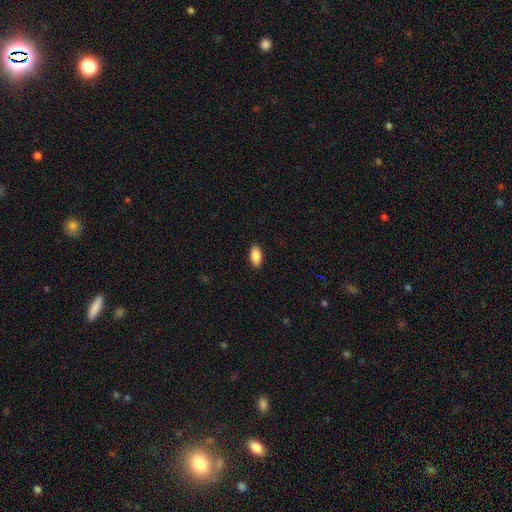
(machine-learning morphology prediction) This appears to be a smooth galaxy with no disk features (88%) that is in between round and cigar-shaped (92%). Merging: none (89%).